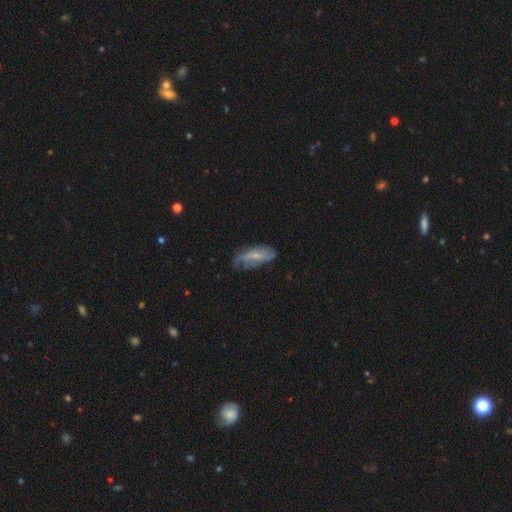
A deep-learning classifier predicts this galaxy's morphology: type=featured or disk (51%); edge-on=no (87%); merging=none (56%).